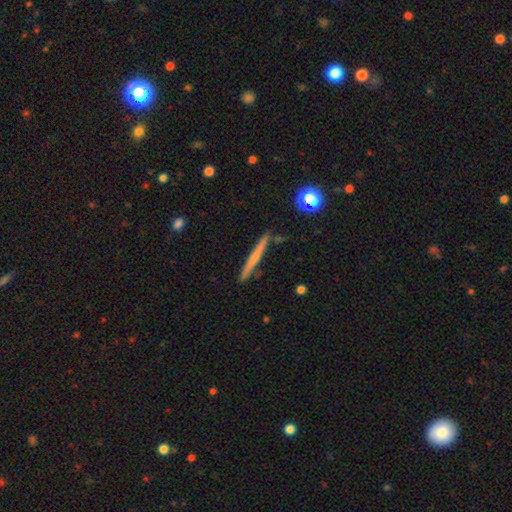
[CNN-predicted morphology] The model was most divided on "edge-on bulge": none: 52%, rounded: 42%, boxy: 5%. More confident: edge-on disk — yes (97%); merging — none (89%); smooth or featured — featured or disk (53%).